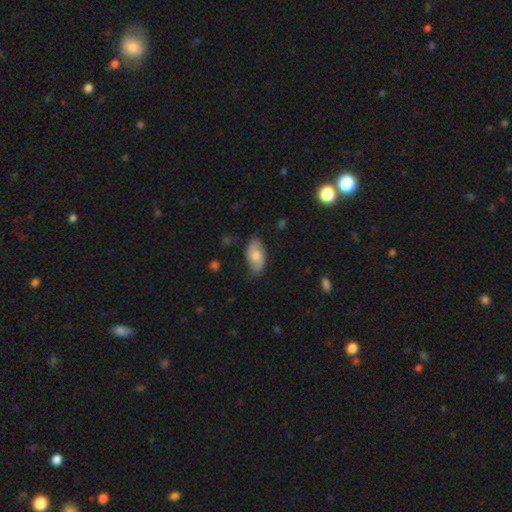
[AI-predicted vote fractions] A smooth galaxy with no disk features (56%) that is in between round and cigar-shaped (93%).

Vote fractions:
- Smooth or featured? smooth: 56% / featured or disk: 38% / star or artifact: 7%
- How rounded? in between: 93% / round: 4% / cigar-shaped: 3%
- Merging? none: 75% / minor disturbance: 20% / major disturbance: 4% / merger: 1%